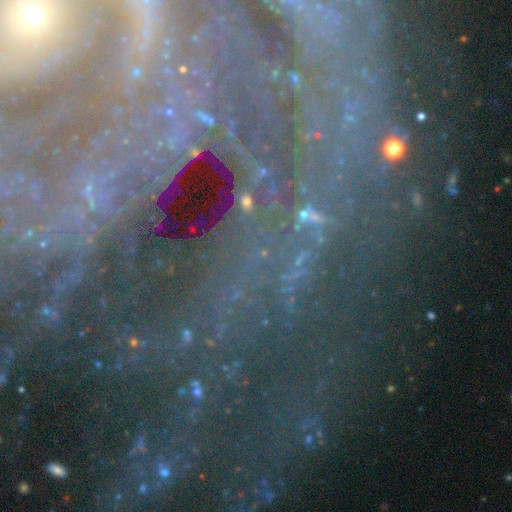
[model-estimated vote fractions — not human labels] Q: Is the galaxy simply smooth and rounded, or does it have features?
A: star or artifact — 70%.